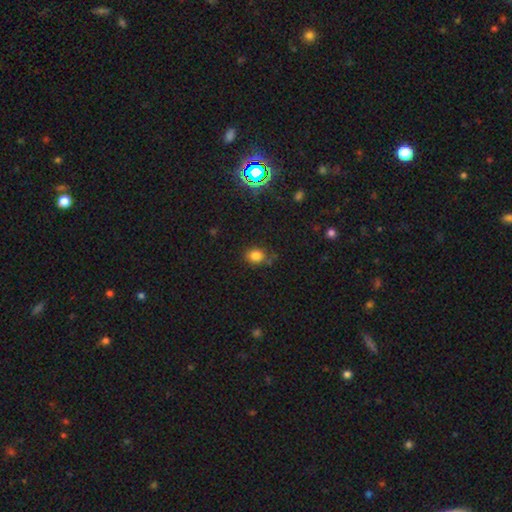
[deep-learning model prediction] Morphology: type=smooth (81%); roundness=round (69%); merging=none (76%).